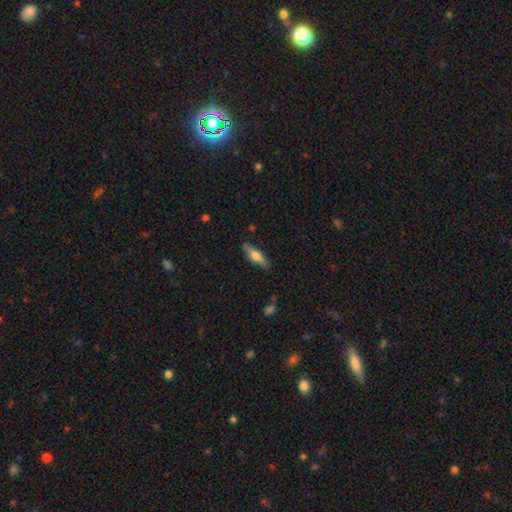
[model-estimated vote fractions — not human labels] Q: Smooth or featured?
A: smooth (60%); runner-up: featured or disk (34%)
Q: How rounded?
A: cigar-shaped (64%); runner-up: in between (34%)
Q: Merging?
A: none (85%); runner-up: minor disturbance (11%)